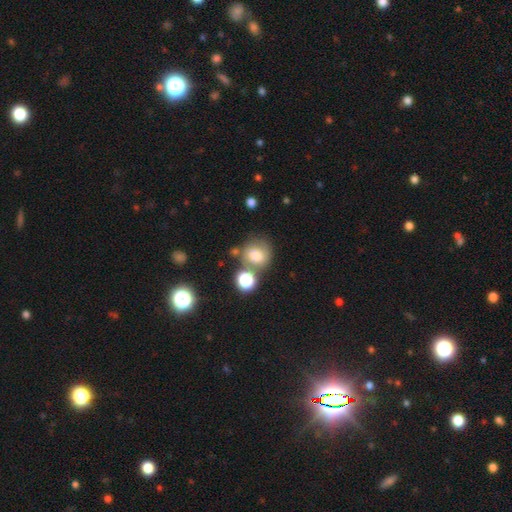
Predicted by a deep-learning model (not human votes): smooth-or-featured: smooth: 71% | star or artifact: 15% | featured or disk: 14%
  how-rounded: round: 78% | in between: 21% | cigar-shaped: 1%
  merging: none: 54% | merger: 22% | minor disturbance: 16% | major disturbance: 8%